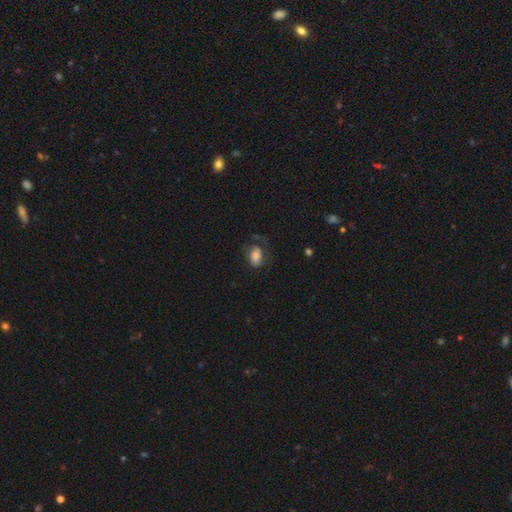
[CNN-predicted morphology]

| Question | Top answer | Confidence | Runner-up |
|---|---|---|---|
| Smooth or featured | smooth | 69% | featured or disk (22%) |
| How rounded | in between | 86% | round (12%) |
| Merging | none | 47% | minor disturbance (26%) |